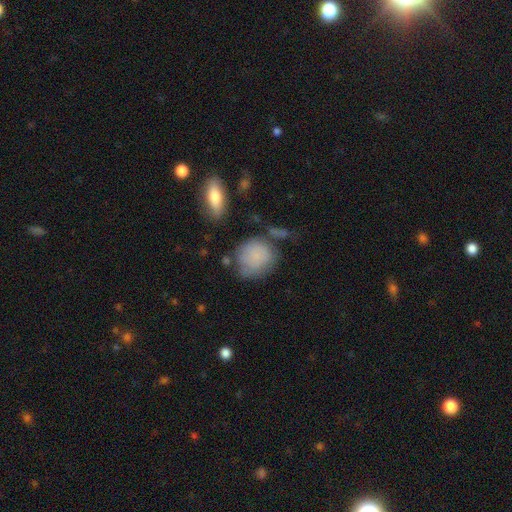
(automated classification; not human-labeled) Overall: smooth (79%). How rounded: round (77%). Merging: none (55%; minor disturbance 26%).